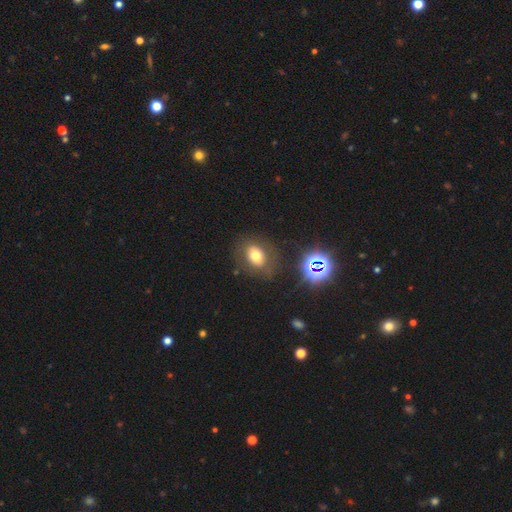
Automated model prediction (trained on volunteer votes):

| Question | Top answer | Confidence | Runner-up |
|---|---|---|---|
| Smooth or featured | smooth | 65% | featured or disk (18%) |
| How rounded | in between | 65% | round (33%) |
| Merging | none | 78% | minor disturbance (13%) |